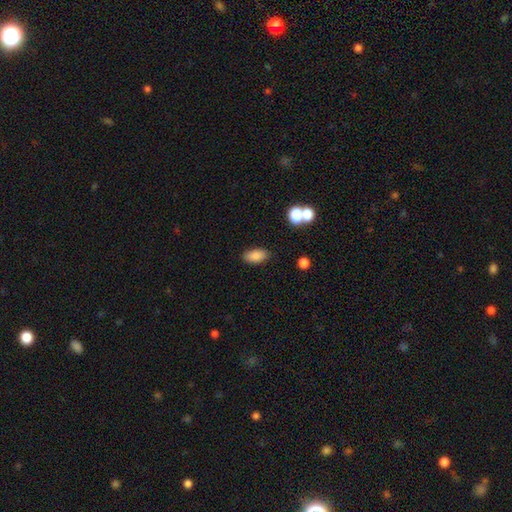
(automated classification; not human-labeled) smooth-or-featured: smooth: 84% | star or artifact: 9% | featured or disk: 6%
  how-rounded: in between: 90% | cigar-shaped: 5% | round: 5%
  merging: none: 84% | minor disturbance: 10% | merger: 3% | major disturbance: 3%